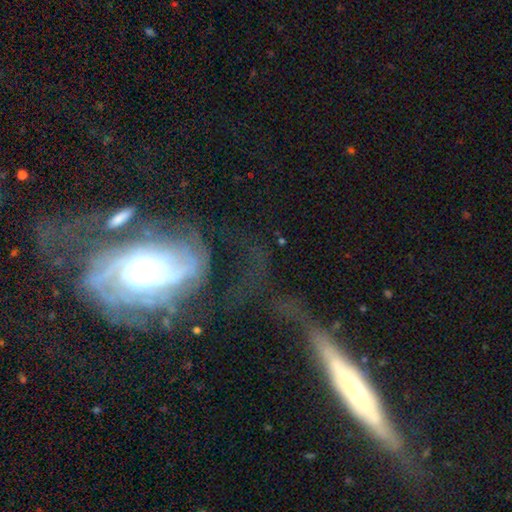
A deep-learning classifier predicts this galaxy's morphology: Overall: featured or disk (76%). Edge-on disk: no (86%). Bar: no (60%; weak 25%). Spiral arms: yes (85%). Spiral arm count: can't tell (40%; 2 29%). Spiral winding: tight (59%; medium 27%). Bulge size: small (55%; moderate 31%). Merging: none (35%; major disturbance 30%).